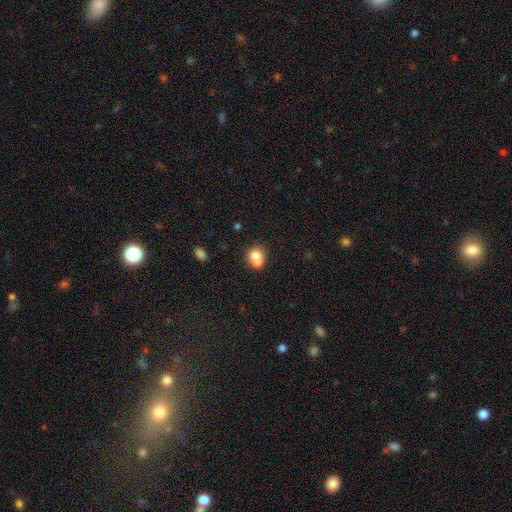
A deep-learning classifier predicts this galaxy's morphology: smooth-or-featured: smooth: 73% | featured or disk: 18% | star or artifact: 10%
  how-rounded: round: 72% | in between: 27% | cigar-shaped: 1%
  merging: merger: 59% | none: 31% | minor disturbance: 7% | major disturbance: 3%